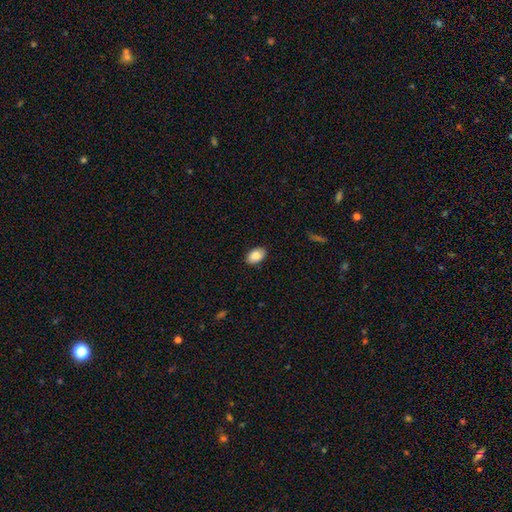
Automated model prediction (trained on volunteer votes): smooth-or-featured: smooth: 87% | star or artifact: 7% | featured or disk: 6%
  how-rounded: in between: 90% | round: 9% | cigar-shaped: 1%
  merging: none: 88% | minor disturbance: 9% | major disturbance: 2% | merger: 1%